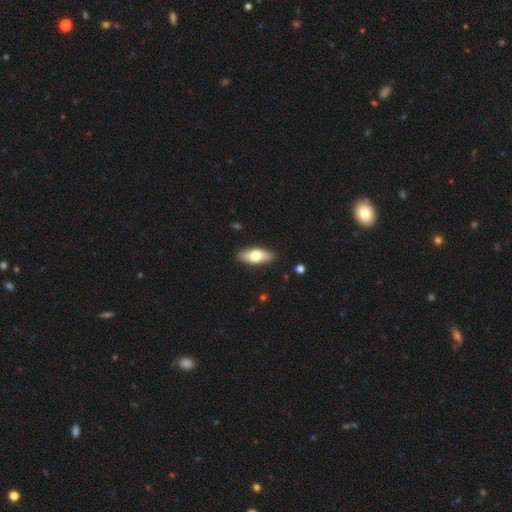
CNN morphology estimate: The model was most divided on "smooth or featured": smooth: 65%, featured or disk: 29%, star or artifact: 6%. More confident: merging — none (89%); how rounded — in between (77%).